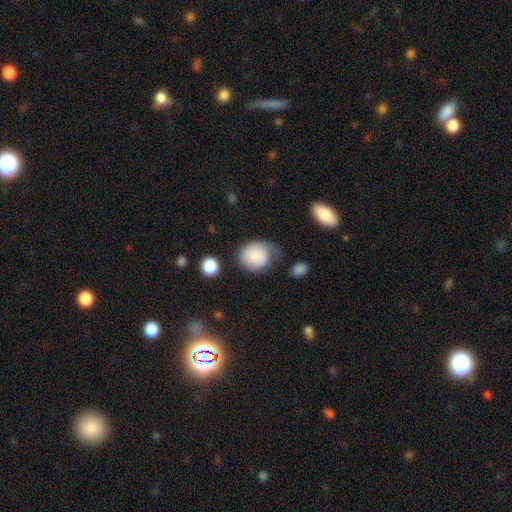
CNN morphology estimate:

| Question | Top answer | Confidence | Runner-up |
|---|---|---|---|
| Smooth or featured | smooth | 72% | featured or disk (21%) |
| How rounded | round | 61% | in between (38%) |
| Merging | none | 37% | minor disturbance (34%) |